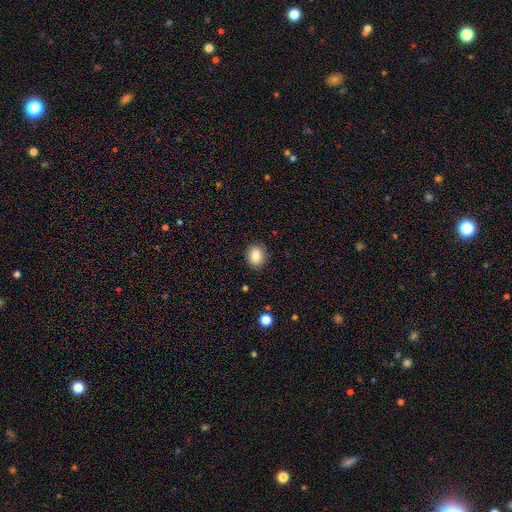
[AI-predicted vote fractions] Smooth or featured? smooth (85%)
How rounded? round (57%)
Merging? none (87%)